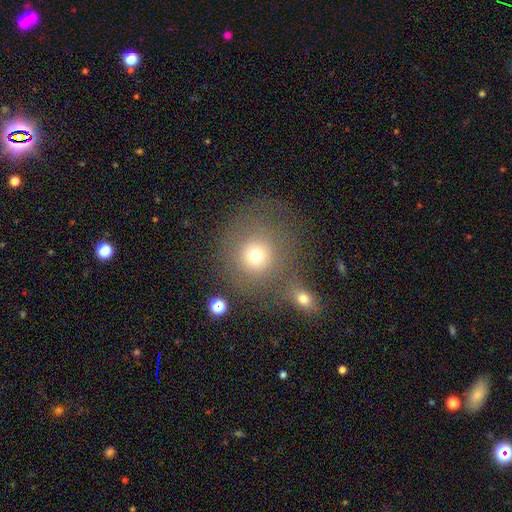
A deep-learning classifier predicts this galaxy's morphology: Smooth or featured?
  - smooth: 69% *
  - featured or disk: 16%
  - star or artifact: 14%
How rounded?
  - round: 86% *
  - in between: 13%
  - cigar-shaped: 1%
Merging?
  - none: 59% *
  - merger: 18%
  - minor disturbance: 14%
  - major disturbance: 10%